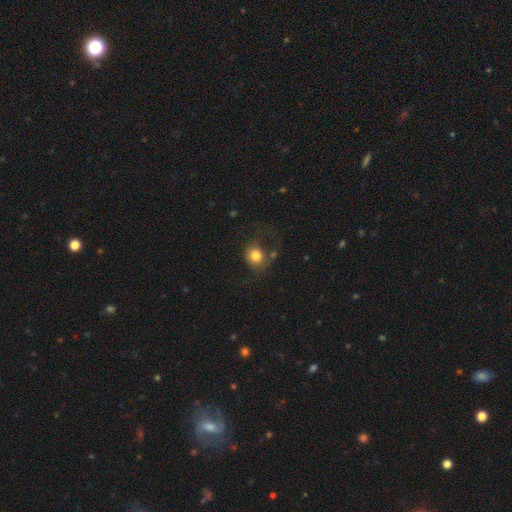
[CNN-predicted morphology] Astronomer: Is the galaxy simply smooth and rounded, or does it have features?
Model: smooth — 80%.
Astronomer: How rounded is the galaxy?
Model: round — 80%.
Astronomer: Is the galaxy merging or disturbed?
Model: none — 58%.